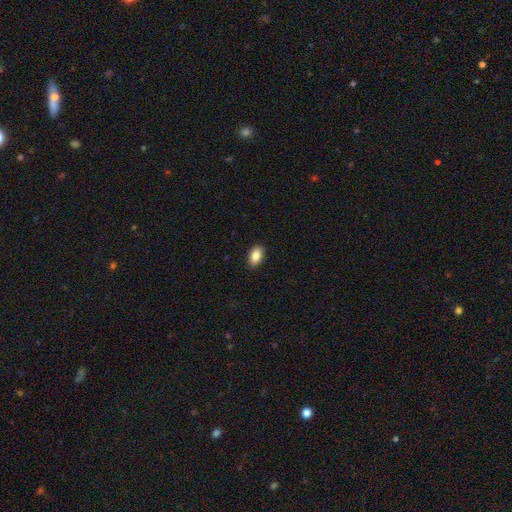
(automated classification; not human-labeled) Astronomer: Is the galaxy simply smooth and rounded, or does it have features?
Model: smooth — 86%.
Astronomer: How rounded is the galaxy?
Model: in between — 92%.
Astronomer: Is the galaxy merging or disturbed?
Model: none — 90%.